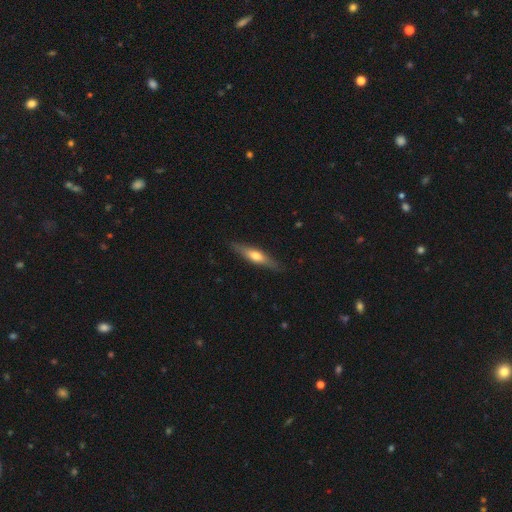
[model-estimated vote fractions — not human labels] featured or disk 47% (tied), smooth 47% (tied), star or artifact 6%. Down the decision tree: merging — none (86%).